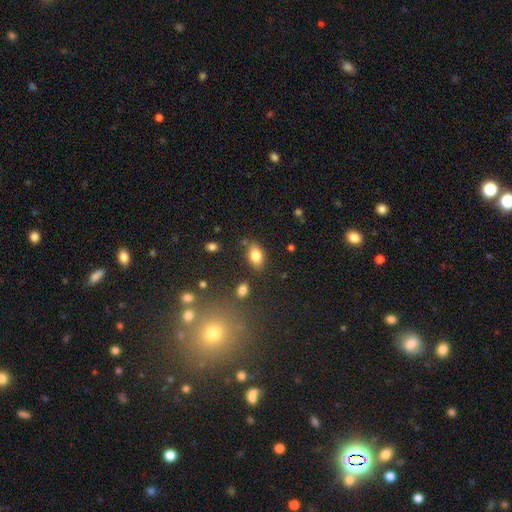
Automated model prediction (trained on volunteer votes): smooth 82%, featured or disk 9%, star or artifact 9%. Down the decision tree: how rounded — in between (87%); merging — none (78%).